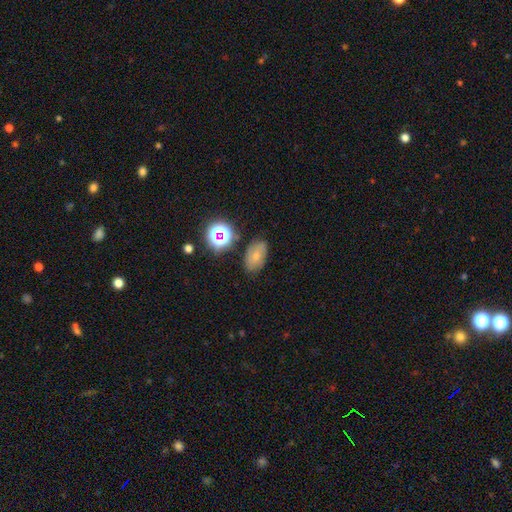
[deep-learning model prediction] Overall: smooth (65%). How rounded: in between (85%). Merging: none (76%).